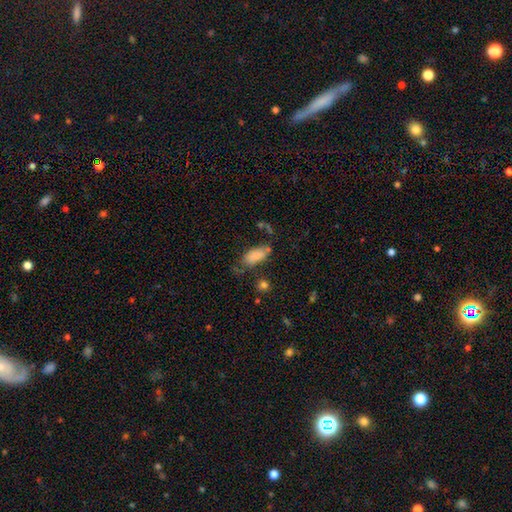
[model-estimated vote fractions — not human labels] This appears to be a smooth galaxy with no disk features (83%) that is in between round and cigar-shaped (88%). Merging: none (52%).